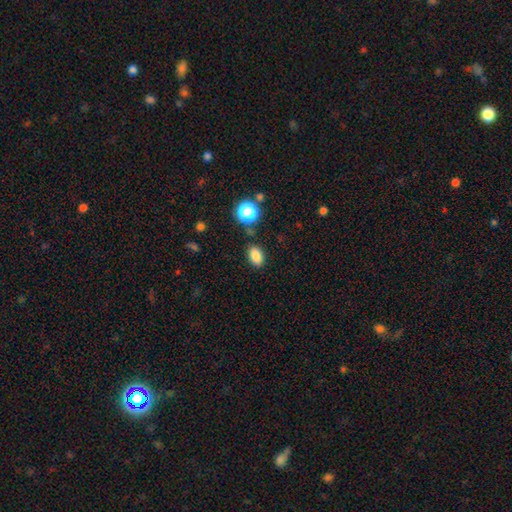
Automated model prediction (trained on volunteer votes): Q: Smooth or featured?
A: smooth (84%); runner-up: star or artifact (12%)
Q: How rounded?
A: in between (83%); runner-up: round (16%)
Q: Merging?
A: none (82%); runner-up: minor disturbance (12%)